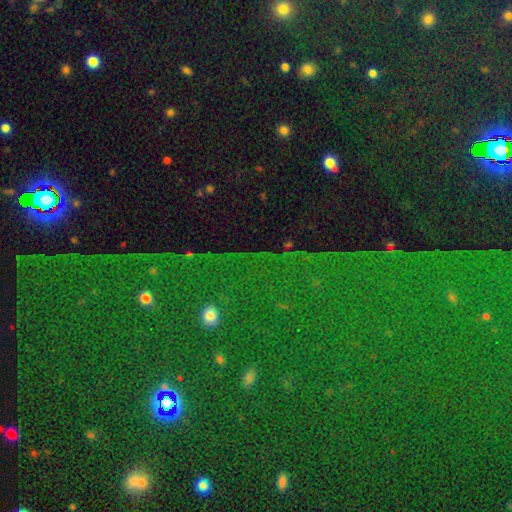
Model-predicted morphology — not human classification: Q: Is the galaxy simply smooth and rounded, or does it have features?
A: star or artifact — 67%.